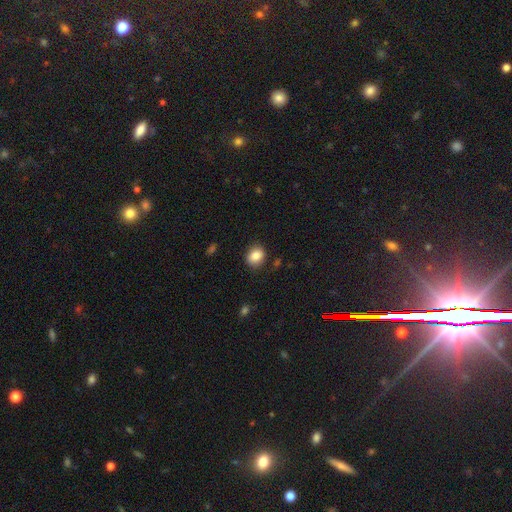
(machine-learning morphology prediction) The model was most divided on "how rounded": round: 60%, in between: 40%, cigar-shaped: 1%. More confident: smooth or featured — smooth (85%); merging — none (84%).